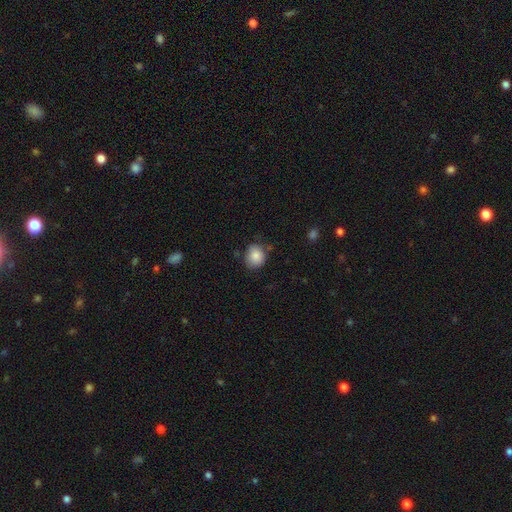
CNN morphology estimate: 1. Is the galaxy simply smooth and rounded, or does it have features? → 86% smooth, 8% star or artifact, 5% featured or disk.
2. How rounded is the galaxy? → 70% round, 29% in between, 1% cigar-shaped.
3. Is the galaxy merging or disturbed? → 73% none, 20% minor disturbance, 4% major disturbance, 3% merger.